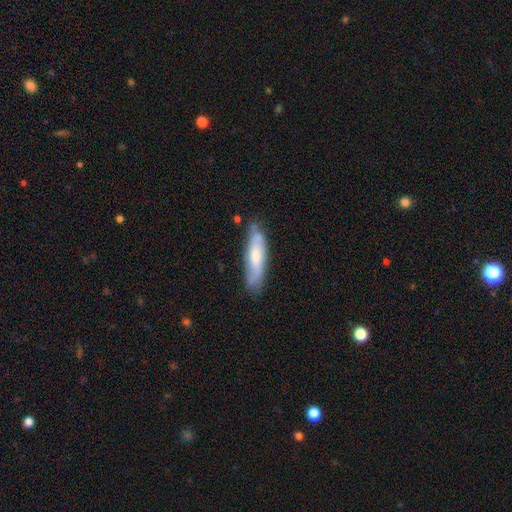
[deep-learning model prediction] Smooth or featured?
  - smooth: 54% *
  - featured or disk: 39%
  - star or artifact: 6%
How rounded?
  - cigar-shaped: 70% *
  - in between: 28%
  - round: 2%
Merging?
  - none: 73% *
  - minor disturbance: 20%
  - major disturbance: 4%
  - merger: 3%